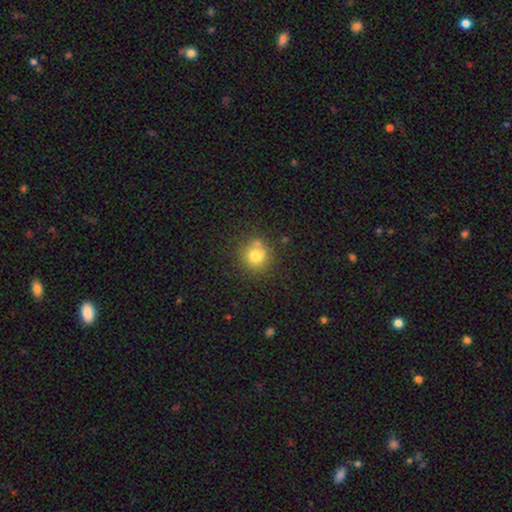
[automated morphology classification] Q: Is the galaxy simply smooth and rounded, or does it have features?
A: smooth — 74%.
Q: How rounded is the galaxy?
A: round — 89%.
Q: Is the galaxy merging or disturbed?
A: none — 67%.